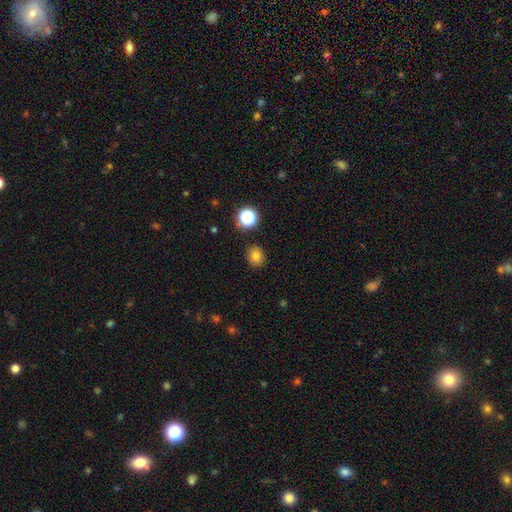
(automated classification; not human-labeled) The model was most divided on "how rounded": round: 75%, in between: 24%, cigar-shaped: 1%. More confident: merging — none (88%); smooth or featured — smooth (77%).